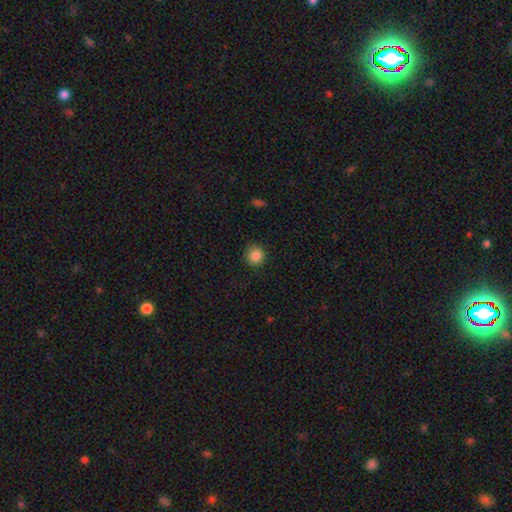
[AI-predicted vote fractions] Smooth or featured? smooth (85%)
How rounded? round (91%)
Merging? none (89%)